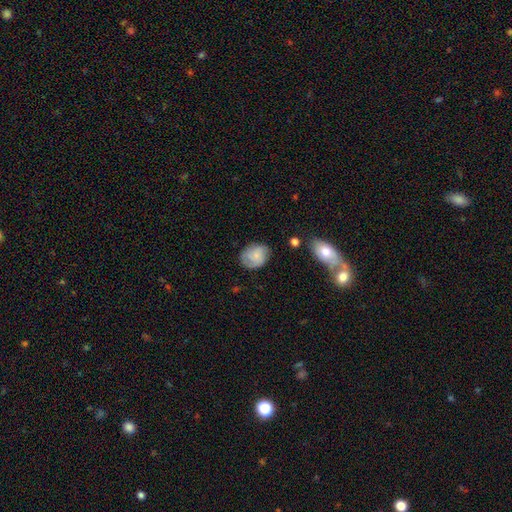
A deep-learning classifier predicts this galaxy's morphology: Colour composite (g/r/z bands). It shows a smooth galaxy with no disk features (68%) that is in between round and cigar-shaped (52%). Merging: none (68%).